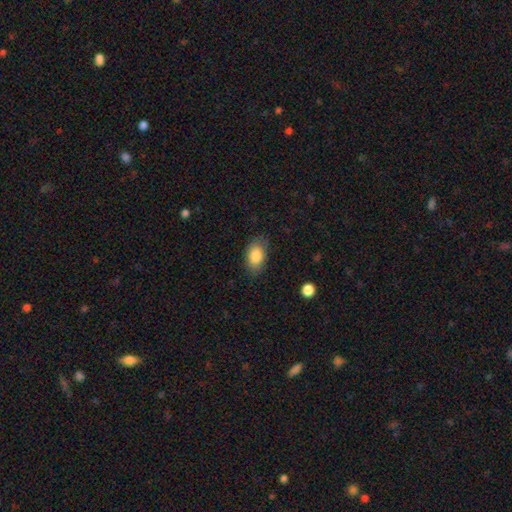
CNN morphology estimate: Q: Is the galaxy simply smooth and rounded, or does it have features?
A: smooth — 85%.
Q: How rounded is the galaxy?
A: in between — 89%.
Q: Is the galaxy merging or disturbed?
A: none — 79%.